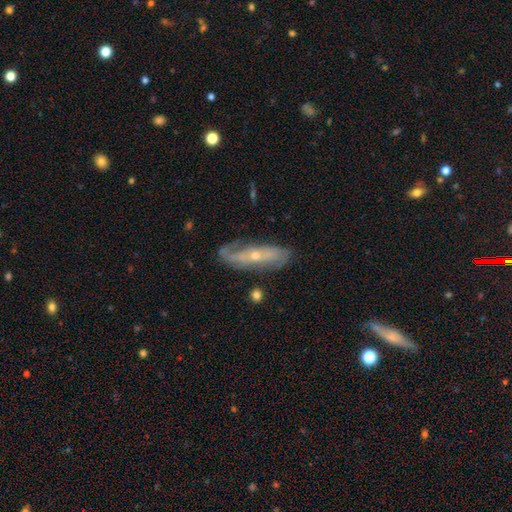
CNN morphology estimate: Smooth or featured? featured or disk (69%)
Edge-on disk? no (69%)
Merging? none (64%)